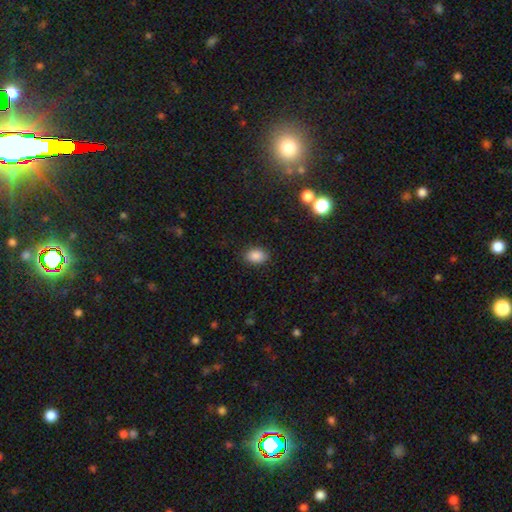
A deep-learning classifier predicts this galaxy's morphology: smooth_or_featured: smooth (p=0.86) [alt: star or artifact p=0.10]
how_rounded: in between (p=0.84) [alt: round p=0.15]
merging: none (p=0.86) [alt: minor disturbance p=0.10]